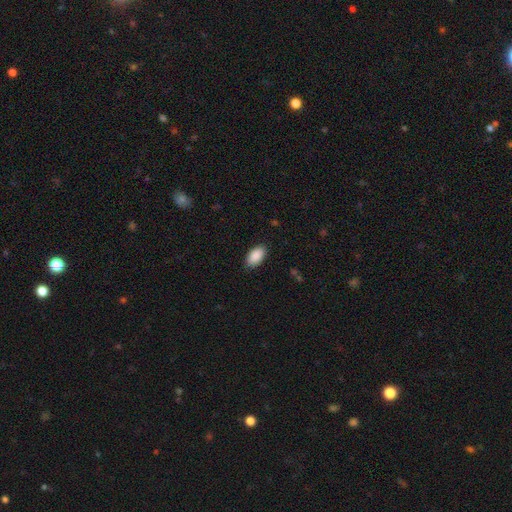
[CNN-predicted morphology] A smooth galaxy with no disk features (90%) that is in between round and cigar-shaped (95%).

Vote fractions:
- Smooth or featured? smooth: 90% / star or artifact: 6% / featured or disk: 3%
- How rounded? in between: 95% / round: 3% / cigar-shaped: 2%
- Merging? none: 86% / minor disturbance: 11% / major disturbance: 2% / merger: 1%